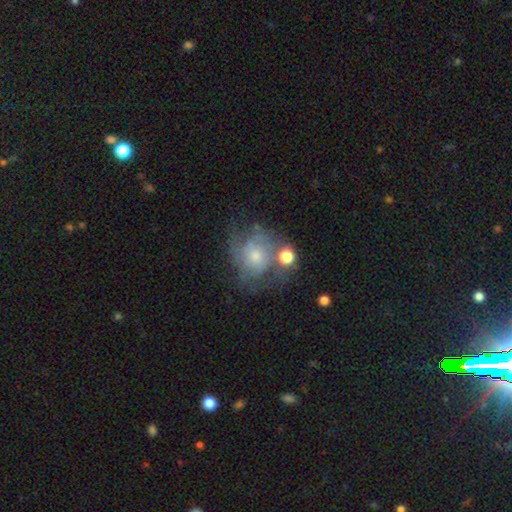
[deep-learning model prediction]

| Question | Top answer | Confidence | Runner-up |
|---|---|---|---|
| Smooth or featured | featured or disk | 62% | smooth (27%) |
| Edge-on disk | no | 97% | yes (3%) |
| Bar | no | 78% | weak (20%) |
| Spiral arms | yes | 78% | no (22%) |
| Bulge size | small | 49% | moderate (42%) |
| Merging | none | 48% | minor disturbance (21%) |